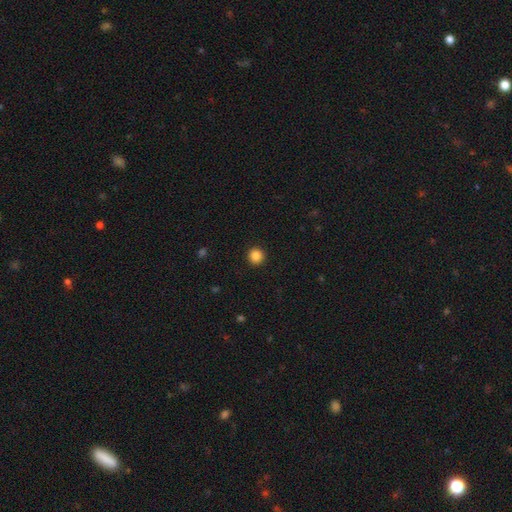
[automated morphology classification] type=smooth (86%); roundness=round (95%); merging=none (93%).